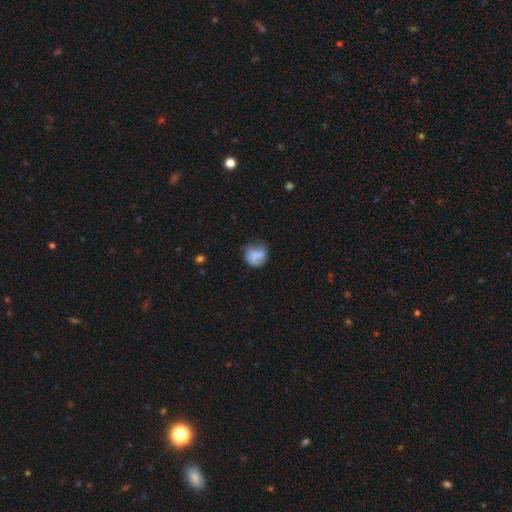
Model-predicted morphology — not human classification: smooth_or_featured: smooth (p=0.67) [alt: featured or disk p=0.24]
how_rounded: round (p=0.75) [alt: in between p=0.24]
merging: none (p=0.46) [alt: minor disturbance p=0.27]